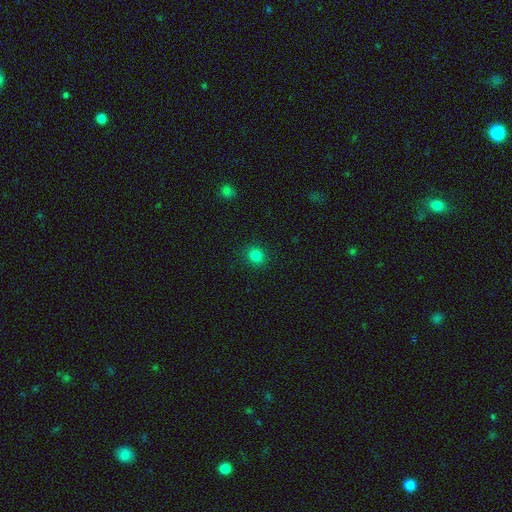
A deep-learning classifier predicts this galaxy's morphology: smooth 83%, star or artifact 13%, featured or disk 4%. Down the decision tree: how rounded — round (86%); merging — none (90%).